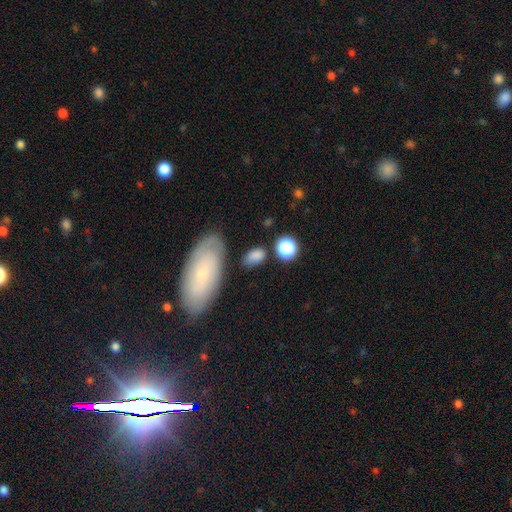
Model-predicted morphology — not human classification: smooth_or_featured: smooth (p=0.81) [alt: star or artifact p=0.11]
how_rounded: in between (p=0.82) [alt: round p=0.15]
merging: none (p=0.70) [alt: minor disturbance p=0.17]